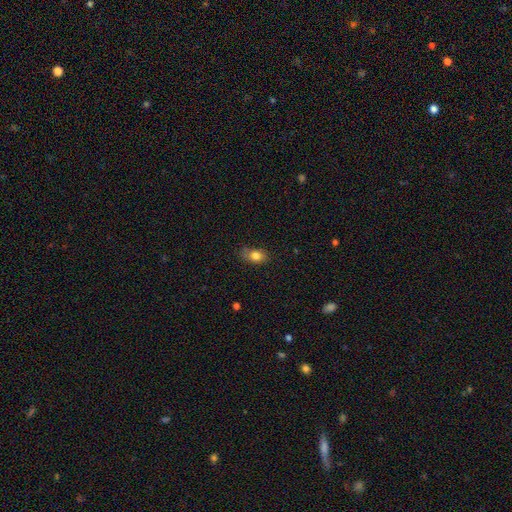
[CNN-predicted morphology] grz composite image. It shows a smooth galaxy with no disk features (82%) that is in between round and cigar-shaped (78%). Merging: none (70%).